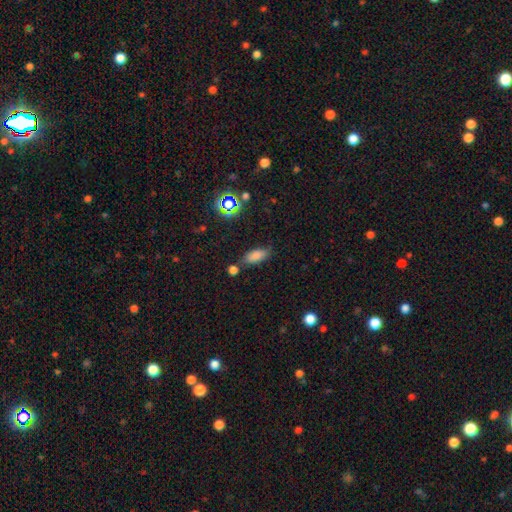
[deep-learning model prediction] The model was most divided on "merging": none: 68%, minor disturbance: 18%, merger: 10%, major disturbance: 5%. More confident: how rounded — in between (80%); smooth or featured — smooth (77%).